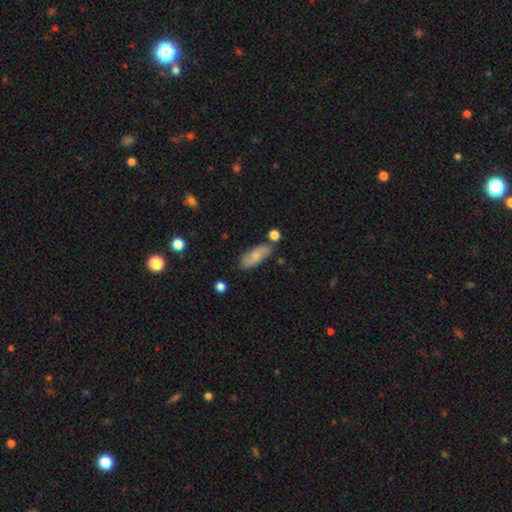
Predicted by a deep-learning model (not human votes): This is likely a smooth galaxy (62%). How rounded: likely in between (72%). Merging: likely none (71%).